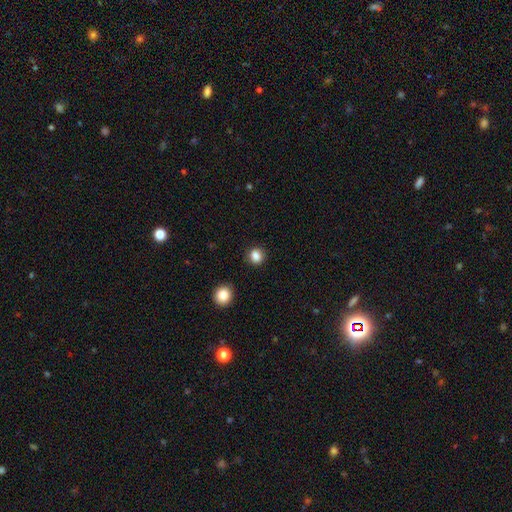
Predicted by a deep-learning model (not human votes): Q: Smooth or featured?
A: smooth (85%); runner-up: star or artifact (11%)
Q: How rounded?
A: round (80%); runner-up: in between (19%)
Q: Merging?
A: none (87%); runner-up: minor disturbance (8%)